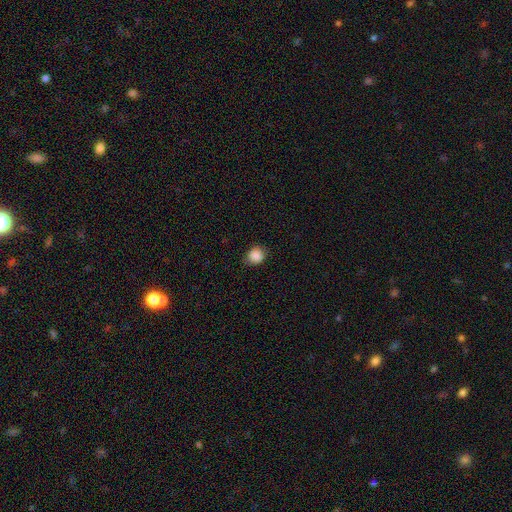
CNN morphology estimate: A smooth galaxy with no disk features (87%) that is round (69%).

Vote fractions:
- Smooth or featured? smooth: 87% / star or artifact: 9% / featured or disk: 4%
- How rounded? round: 69% / in between: 30% / cigar-shaped: 1%
- Merging? none: 78% / minor disturbance: 17% / major disturbance: 4% / merger: 1%